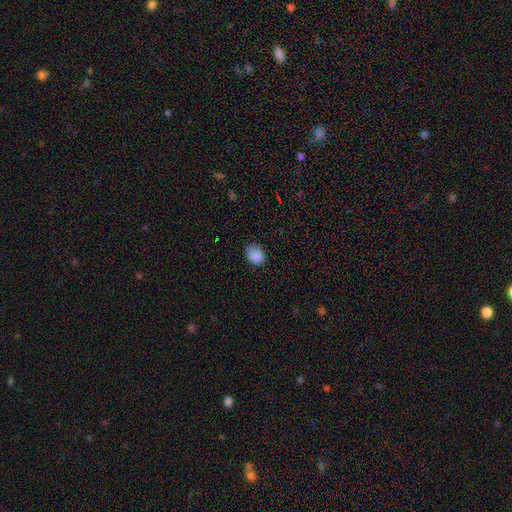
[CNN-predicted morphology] The model was most divided on "how rounded": in between: 50%, round: 49%, cigar-shaped: 1%. More confident: smooth or featured — smooth (86%); merging — none (68%).